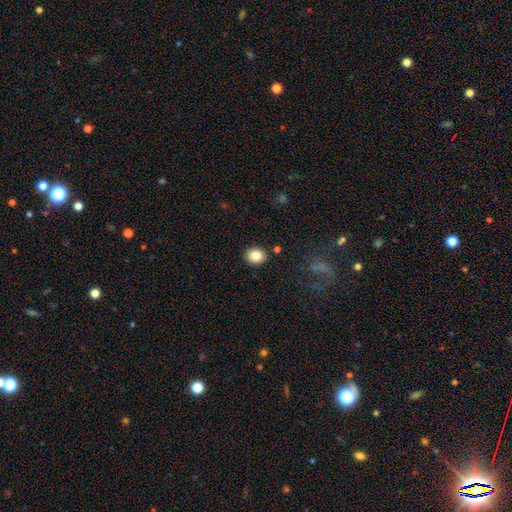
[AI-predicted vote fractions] Smooth or featured: smooth — 84% (star or artifact — 9%)
How rounded: round — 60% (in between — 39%)
Merging: none — 89% (minor disturbance — 7%)